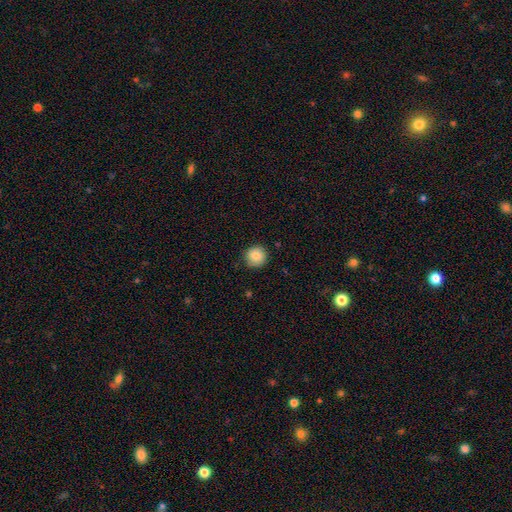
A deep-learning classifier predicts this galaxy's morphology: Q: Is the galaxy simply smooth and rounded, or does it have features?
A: smooth — 86%.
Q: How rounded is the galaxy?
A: round — 94%.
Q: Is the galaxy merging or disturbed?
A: none — 88%.